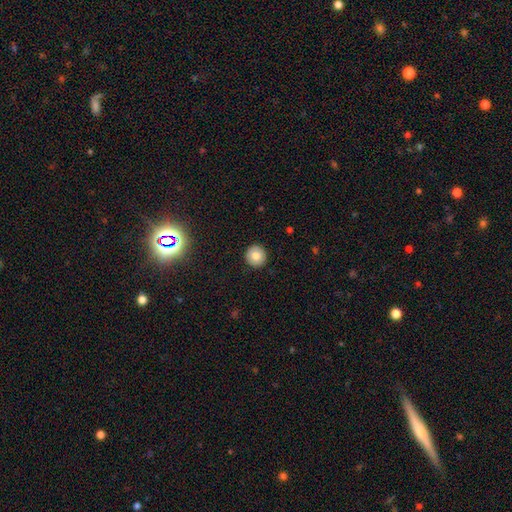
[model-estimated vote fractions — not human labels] A smooth galaxy with no disk features (80%) that is round (95%).

Vote fractions:
- Smooth or featured? smooth: 80% / featured or disk: 11% / star or artifact: 9%
- How rounded? round: 95% / in between: 4% / cigar-shaped: 1%
- Merging? none: 93% / minor disturbance: 5% / major disturbance: 2% / merger: 1%